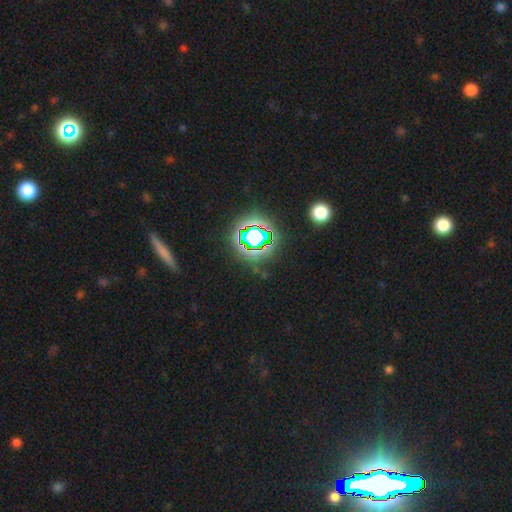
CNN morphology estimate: Q: Smooth or featured?
A: star or artifact (76%); runner-up: smooth (16%)